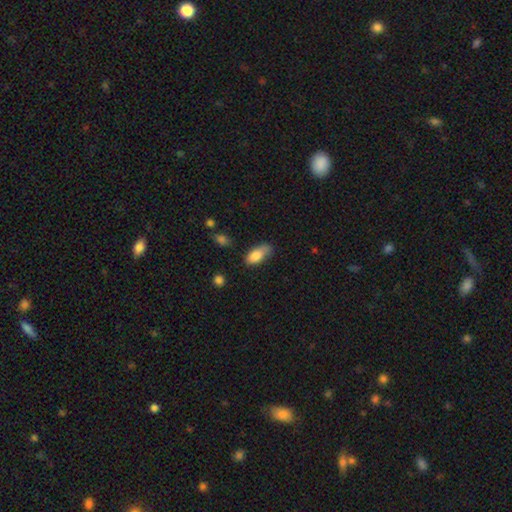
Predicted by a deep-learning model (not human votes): Q: Smooth or featured?
A: smooth (82%); runner-up: featured or disk (10%)
Q: How rounded?
A: in between (86%); runner-up: cigar-shaped (11%)
Q: Merging?
A: none (50%); runner-up: minor disturbance (36%)